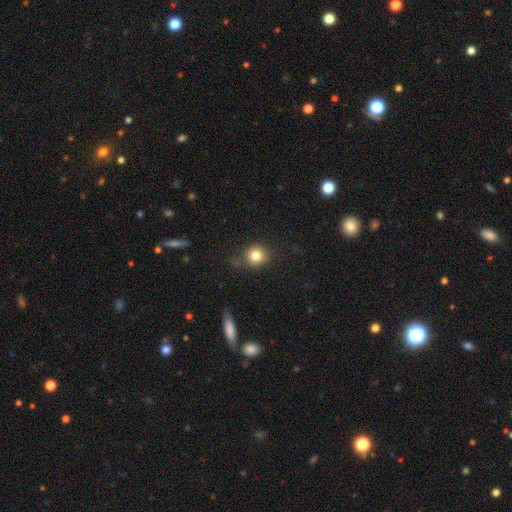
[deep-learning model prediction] smooth 81%, star or artifact 11%, featured or disk 8%. Down the decision tree: how rounded — round (83%); merging — none (73%).